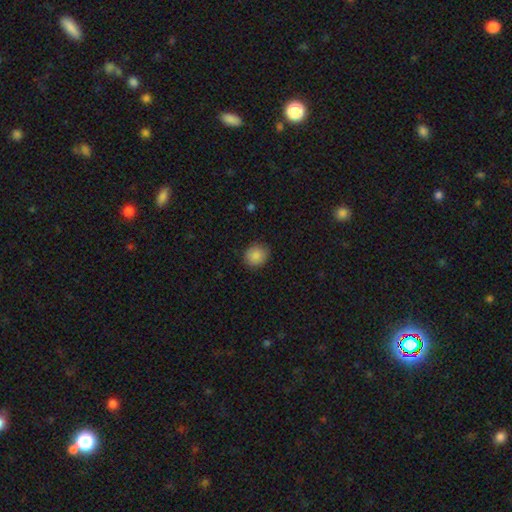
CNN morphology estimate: The model was most divided on "how rounded": round: 82%, in between: 17%, cigar-shaped: 1%. More confident: merging — none (88%); smooth or featured — smooth (88%).